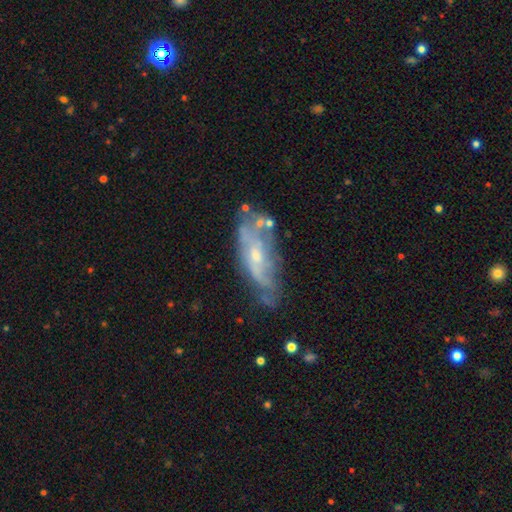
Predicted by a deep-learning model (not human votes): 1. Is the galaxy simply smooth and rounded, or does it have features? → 70% featured or disk, 22% smooth, 9% star or artifact.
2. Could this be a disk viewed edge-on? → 81% no, 19% yes.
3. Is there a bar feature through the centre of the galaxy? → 69% no, 25% weak, 6% strong.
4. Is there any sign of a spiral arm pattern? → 60% yes, 40% no.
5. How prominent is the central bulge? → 62% small, 32% moderate, 4% none, 2% large, 1% dominant.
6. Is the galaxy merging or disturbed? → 57% none, 25% minor disturbance, 12% major disturbance, 6% merger.